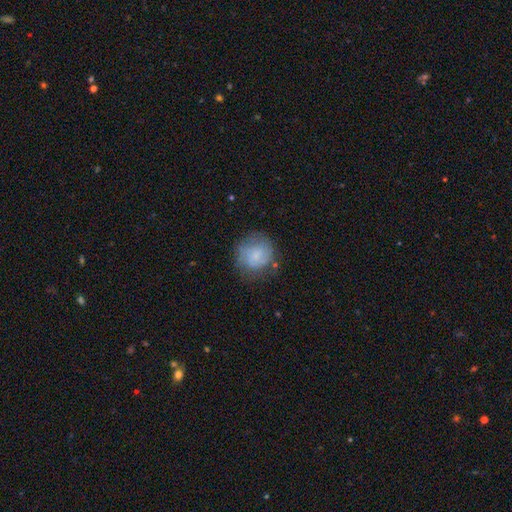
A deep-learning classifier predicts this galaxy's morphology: Smooth or featured? Predicted: smooth (p=0.64). How rounded? Predicted: round (p=0.85). Merging? Predicted: none (p=0.63).